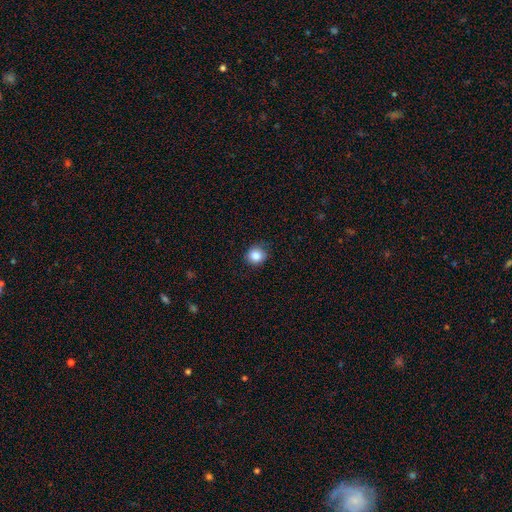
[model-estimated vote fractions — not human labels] The model was most divided on "how rounded": round: 84%, in between: 16%, cigar-shaped: 1%. More confident: smooth or featured — smooth (84%); merging — none (83%).